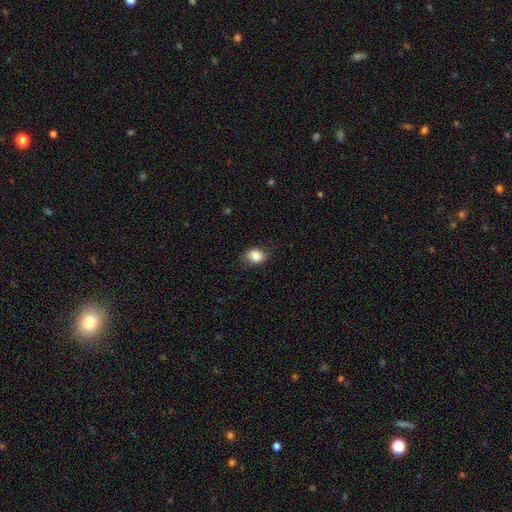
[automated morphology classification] A smooth galaxy with no disk features (84%) that is in between round and cigar-shaped (50%).

Vote fractions:
- Smooth or featured? smooth: 84% / star or artifact: 9% / featured or disk: 7%
- How rounded? in between: 50% / round: 49% / cigar-shaped: 1%
- Merging? none: 77% / minor disturbance: 17% / major disturbance: 4% / merger: 1%